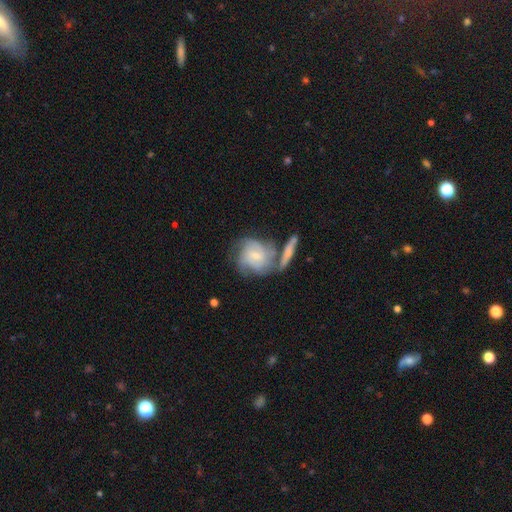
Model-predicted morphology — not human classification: Q: Smooth or featured?
A: featured or disk (68%); runner-up: smooth (26%)
Q: Edge-on disk?
A: no (95%); runner-up: yes (5%)
Q: Bar?
A: no (56%); runner-up: weak (37%)
Q: Spiral arms?
A: yes (88%); runner-up: no (12%)
Q: Spiral winding?
A: tight (54%); runner-up: medium (34%)
Q: Spiral arm count?
A: can't tell (38%); runner-up: 3 (25%)
Q: Bulge size?
A: small (60%); runner-up: moderate (32%)
Q: Merging?
A: none (43%); runner-up: merger (30%)